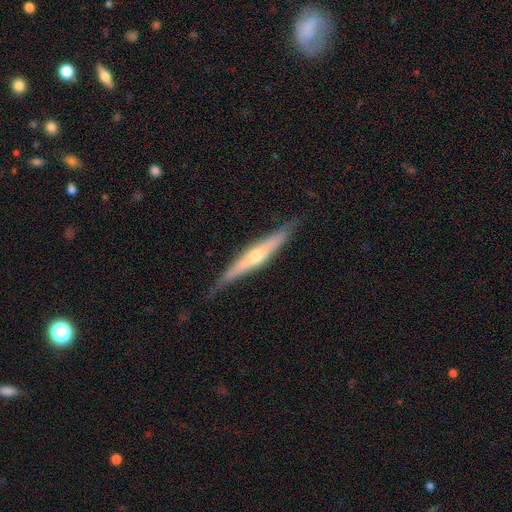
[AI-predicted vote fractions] This appears to be a featured or disk galaxy (67%) viewed edge-on (94%) with a rounded central bulge (82%). Merging: none (82%).